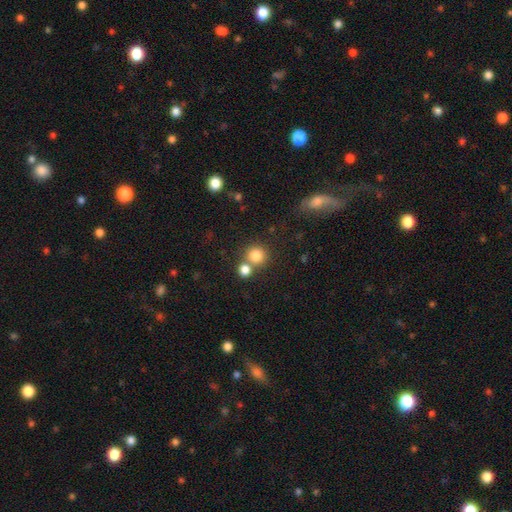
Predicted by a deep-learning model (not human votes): Overall: smooth (82%). How rounded: round (91%). Merging: none (65%; merger 25%).